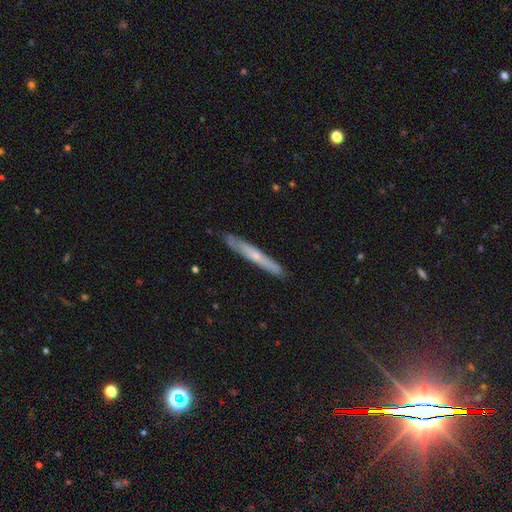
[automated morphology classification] This appears to be a featured or disk galaxy (50%) viewed edge-on (90%). Merging: none (87%).